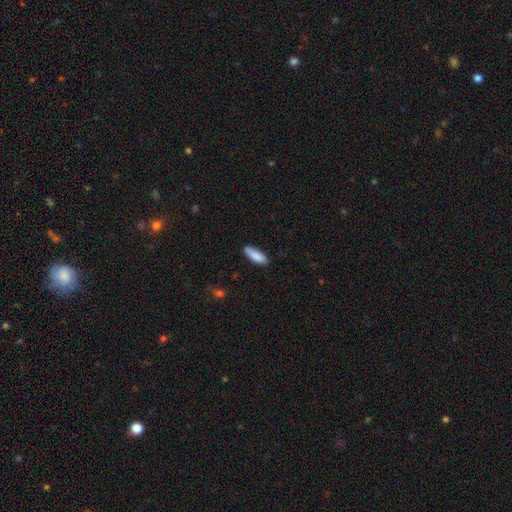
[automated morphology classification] type=smooth (87%); roundness=in between (58%); merging=none (84%).